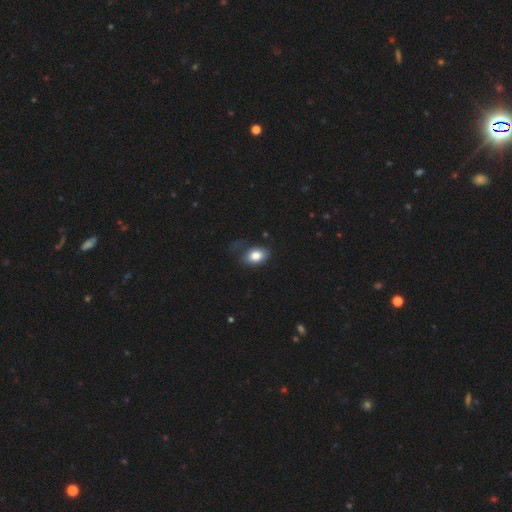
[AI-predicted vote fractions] Smooth or featured? Predicted: smooth (p=0.82). How rounded? Predicted: in between (p=0.81). Merging? Predicted: none (p=0.58).